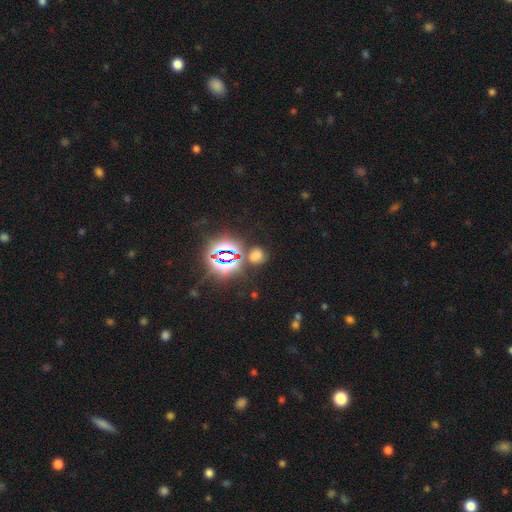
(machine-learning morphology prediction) A smooth galaxy with no disk features (48%).

Vote fractions:
- Smooth or featured? smooth: 48% / star or artifact: 46% / featured or disk: 7%
- Merging? none: 76% / minor disturbance: 12% / merger: 8% / major disturbance: 5%